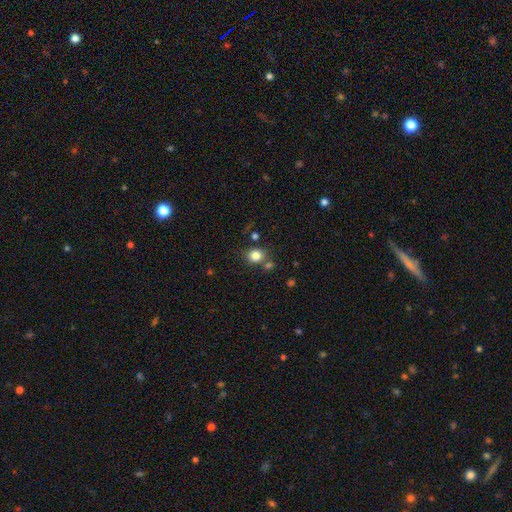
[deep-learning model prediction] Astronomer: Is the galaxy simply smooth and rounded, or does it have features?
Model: smooth — 82%.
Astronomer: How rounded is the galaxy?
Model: round — 78%.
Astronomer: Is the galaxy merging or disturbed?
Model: none — 71%.